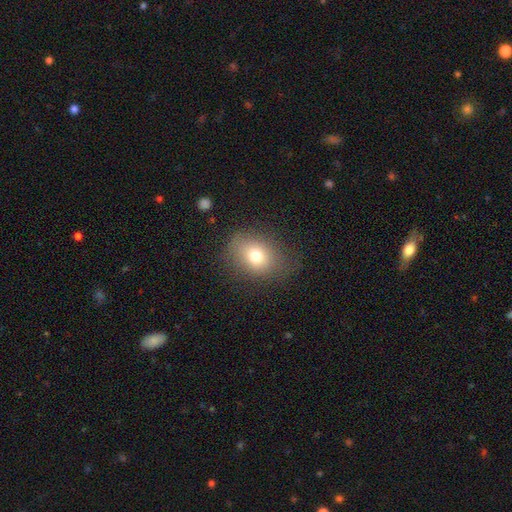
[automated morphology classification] Smooth or featured: smooth — 73% (featured or disk — 13%)
How rounded: in between — 54% (round — 45%)
Merging: none — 74% (minor disturbance — 16%)